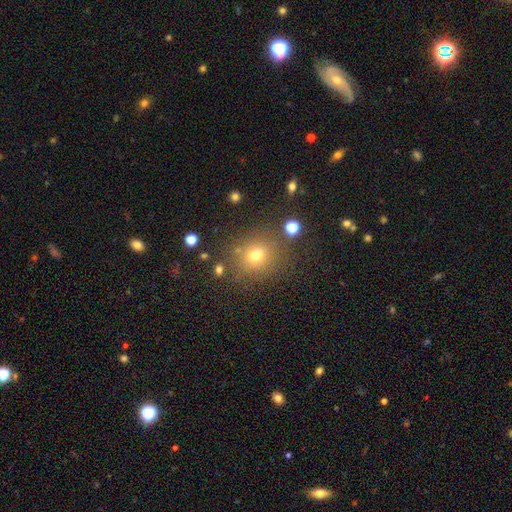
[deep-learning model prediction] Q: Smooth or featured?
A: smooth (69%); runner-up: star or artifact (22%)
Q: How rounded?
A: round (84%); runner-up: in between (15%)
Q: Merging?
A: none (82%); runner-up: minor disturbance (10%)